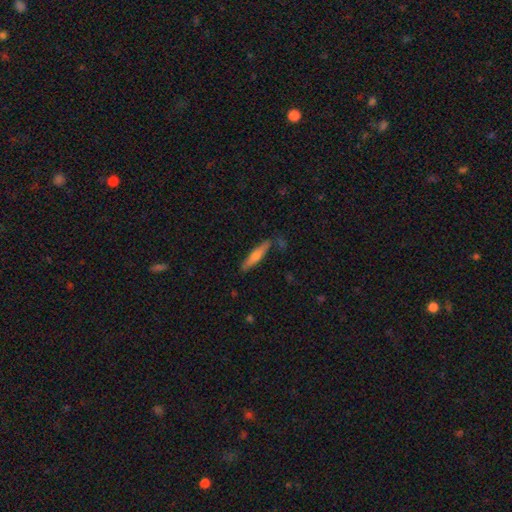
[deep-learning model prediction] smooth_or_featured: smooth (p=0.49) [alt: featured or disk p=0.45]
merging: none (p=0.83) [alt: minor disturbance p=0.11]